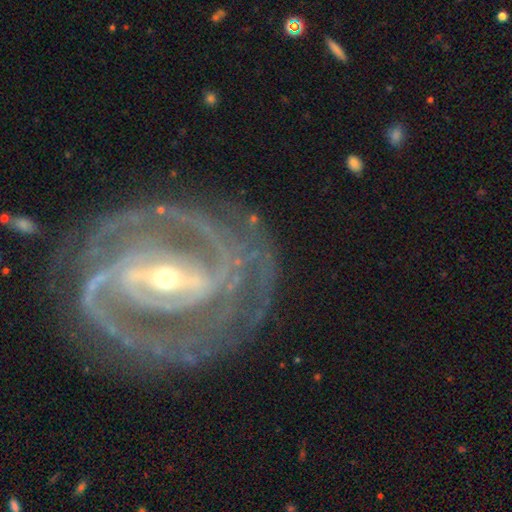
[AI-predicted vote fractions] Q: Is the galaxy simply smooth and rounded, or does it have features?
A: featured or disk — 92%.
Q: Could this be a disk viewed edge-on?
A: no — 96%.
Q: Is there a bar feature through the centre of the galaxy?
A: strong — 70%.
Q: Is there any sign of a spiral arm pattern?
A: yes — 97%.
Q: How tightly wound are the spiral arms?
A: tight — 65%.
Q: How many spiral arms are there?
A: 2 — 42%.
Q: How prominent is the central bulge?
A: small — 55%.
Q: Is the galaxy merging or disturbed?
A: none — 76%.